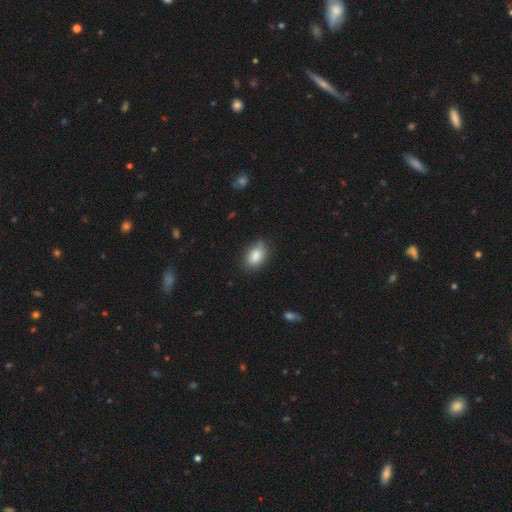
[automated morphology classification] This is clearly a smooth galaxy (85%). How rounded: clearly in between (85%). Merging: likely none (69%).